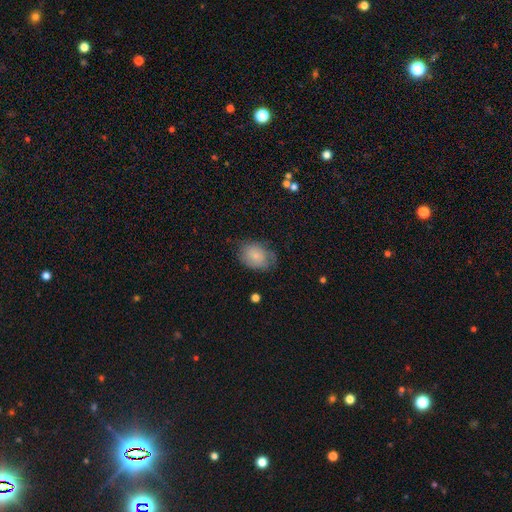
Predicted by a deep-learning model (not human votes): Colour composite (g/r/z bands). It shows a smooth galaxy with no disk features (74%) that is in between round and cigar-shaped (64%). Merging: none (59%).